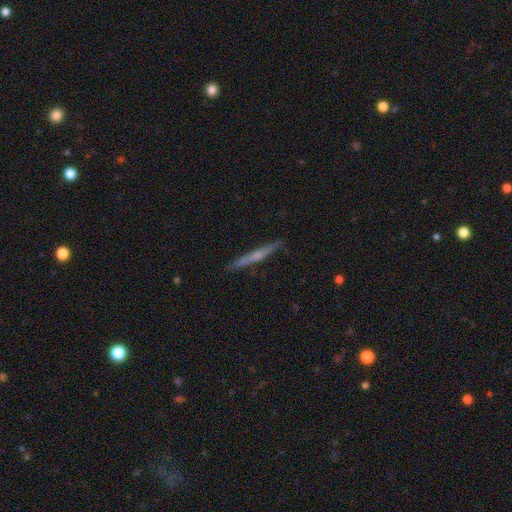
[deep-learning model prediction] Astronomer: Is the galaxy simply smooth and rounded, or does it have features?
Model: featured or disk — 58% (runner-up: smooth, 36%).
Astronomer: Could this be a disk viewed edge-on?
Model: yes — 97%.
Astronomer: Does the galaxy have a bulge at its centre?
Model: rounded — 46% (runner-up: none, 45%).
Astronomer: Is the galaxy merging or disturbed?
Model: none — 90%.